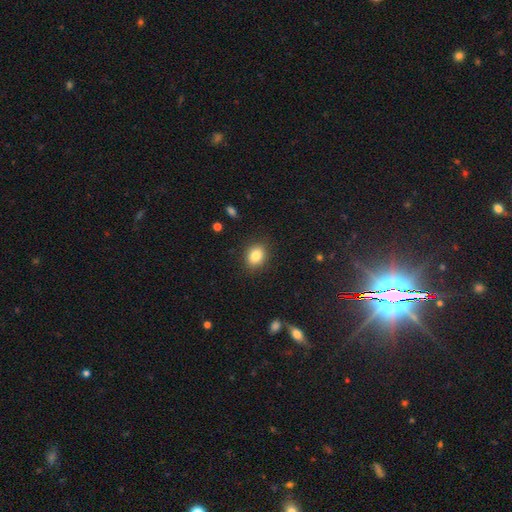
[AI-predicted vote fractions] A smooth galaxy with no disk features (84%) that is in between round and cigar-shaped (55%). Merging: none (87%).